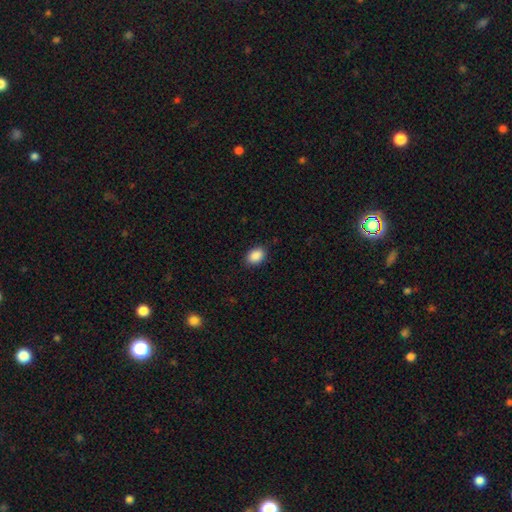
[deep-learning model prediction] The model was most divided on "how rounded": in between: 78%, round: 21%, cigar-shaped: 1%. More confident: smooth or featured — smooth (90%); merging — none (87%).